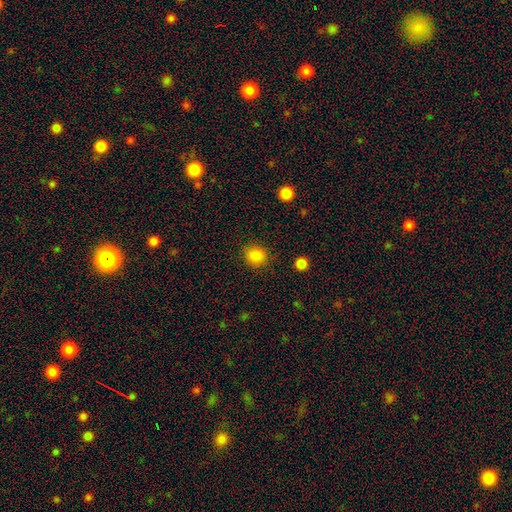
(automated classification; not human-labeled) This is clearly a smooth galaxy (86%). How rounded: clearly round (87%). Merging: clearly none (88%).